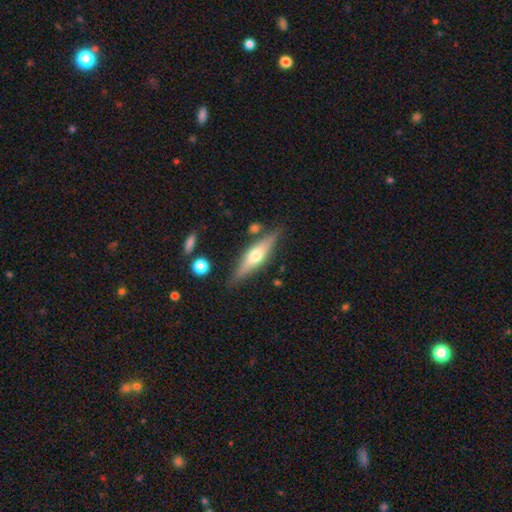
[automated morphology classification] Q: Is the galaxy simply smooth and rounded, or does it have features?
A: featured or disk — 55%.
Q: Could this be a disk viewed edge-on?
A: yes — 92%.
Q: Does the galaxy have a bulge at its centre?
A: rounded — 90%.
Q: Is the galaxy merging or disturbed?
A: none — 81%.